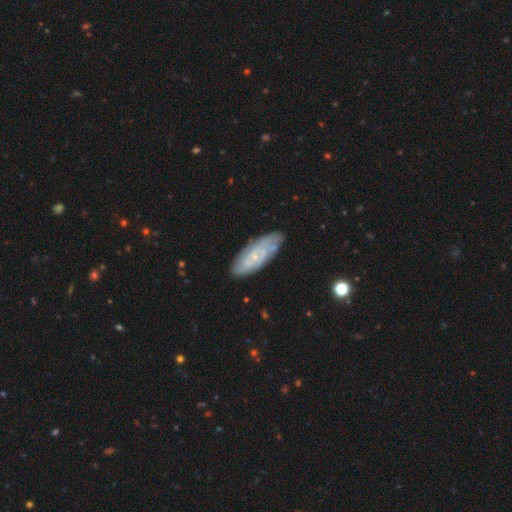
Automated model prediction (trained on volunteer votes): The model was most divided on "smooth or featured": featured or disk: 60%, smooth: 33%, star or artifact: 7%. More confident: edge-on disk — no (85%); bulge size — small (77%); merging — none (76%); spiral arms — yes (76%); bar — no (73%).